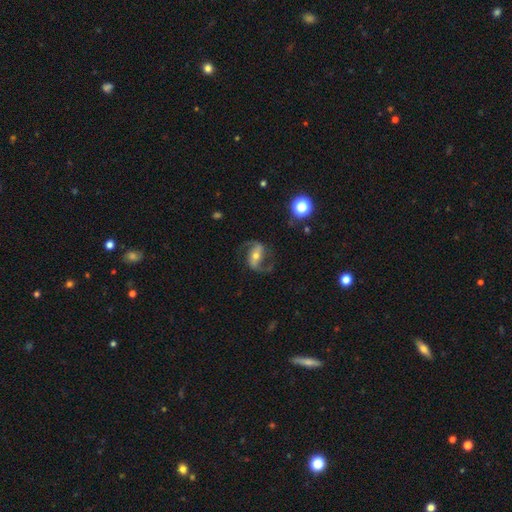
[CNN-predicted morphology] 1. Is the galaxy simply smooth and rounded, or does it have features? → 83% featured or disk, 9% smooth, 7% star or artifact.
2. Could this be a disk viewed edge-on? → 96% no, 4% yes.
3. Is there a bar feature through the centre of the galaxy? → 46% strong, 30% weak, 24% no.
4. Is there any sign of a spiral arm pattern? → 95% yes, 5% no.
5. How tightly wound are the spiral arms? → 46% loose, 43% medium, 11% tight.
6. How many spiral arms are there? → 92% 2, 3% can't tell, 3% 1, 1% 3, 1% 4, 1% more than 4.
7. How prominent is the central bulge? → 51% moderate, 42% small, 4% large, 2% none, 1% dominant.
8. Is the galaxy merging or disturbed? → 75% none, 13% minor disturbance, 10% major disturbance, 2% merger.